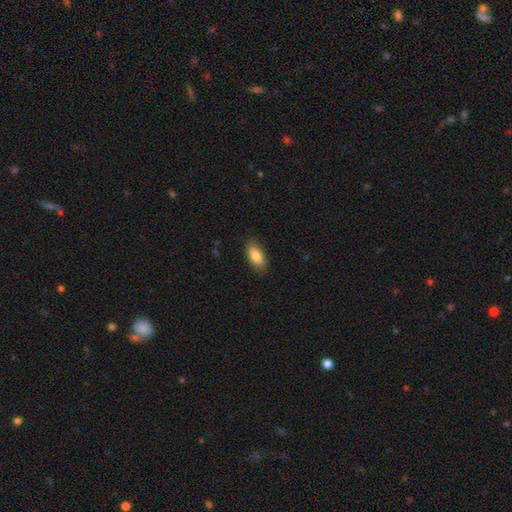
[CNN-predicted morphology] Q: Smooth or featured?
A: smooth (84%); runner-up: featured or disk (10%)
Q: How rounded?
A: in between (87%); runner-up: cigar-shaped (11%)
Q: Merging?
A: none (86%); runner-up: minor disturbance (10%)